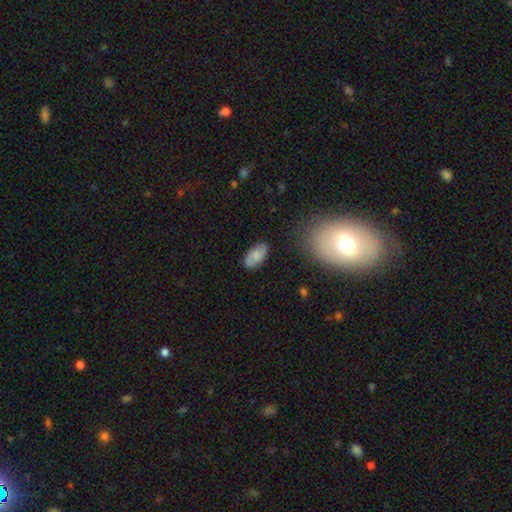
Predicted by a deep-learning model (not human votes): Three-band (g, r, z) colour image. It shows a smooth galaxy with no disk features (68%) that is in between round and cigar-shaped (93%). Merging: none (81%).